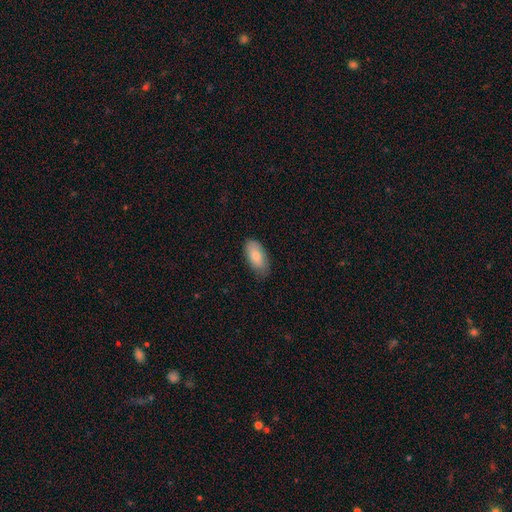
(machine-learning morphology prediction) smooth-or-featured: smooth: 82% | featured or disk: 12% | star or artifact: 6%
  how-rounded: in between: 93% | cigar-shaped: 5% | round: 2%
  merging: none: 75% | minor disturbance: 21% | major disturbance: 4% | merger: 1%